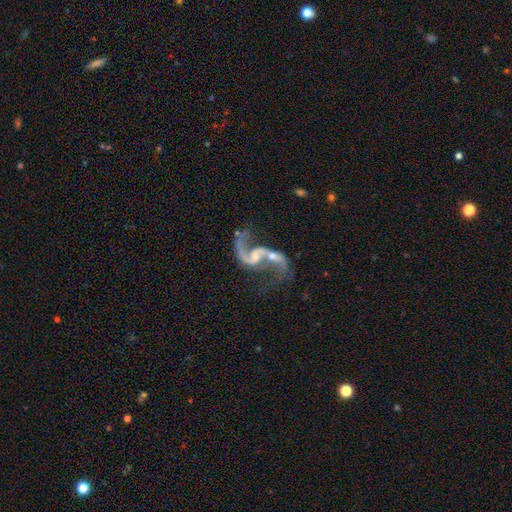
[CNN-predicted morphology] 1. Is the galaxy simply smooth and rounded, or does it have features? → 89% featured or disk, 6% star or artifact, 4% smooth.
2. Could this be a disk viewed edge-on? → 97% no, 3% yes.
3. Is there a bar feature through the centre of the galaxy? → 43% weak, 37% no, 20% strong.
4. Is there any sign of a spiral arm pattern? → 94% yes, 6% no.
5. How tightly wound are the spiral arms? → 83% loose, 14% medium, 3% tight.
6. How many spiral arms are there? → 89% 2, 6% 1, 2% can't tell, 1% 3, 1% 4, 1% more than 4.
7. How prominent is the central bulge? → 51% small, 25% moderate, 19% none, 3% large, 1% dominant.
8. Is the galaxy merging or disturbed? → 40% none, 31% merger, 16% major disturbance, 13% minor disturbance.